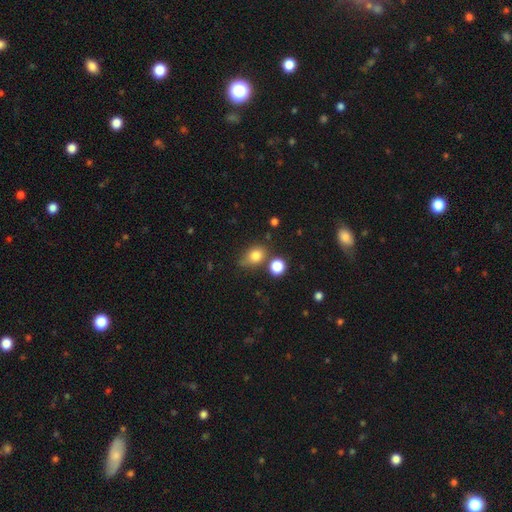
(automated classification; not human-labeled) Morphology: type=smooth (81%); roundness=in between (58%); merging=none (55%).